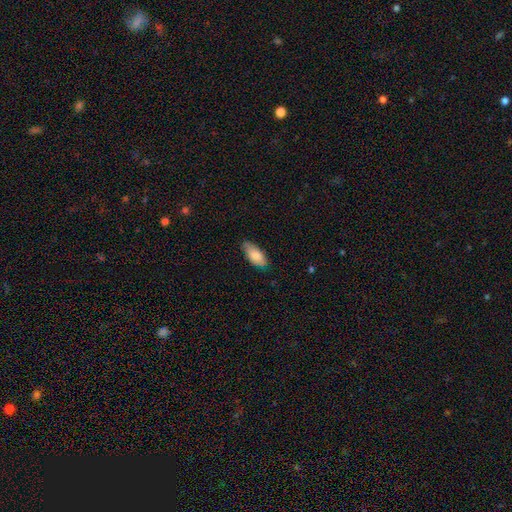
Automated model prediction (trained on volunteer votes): The model was most divided on "merging": none: 76%, minor disturbance: 20%, major disturbance: 3%, merger: 1%. More confident: how rounded — in between (87%); smooth or featured — smooth (80%).